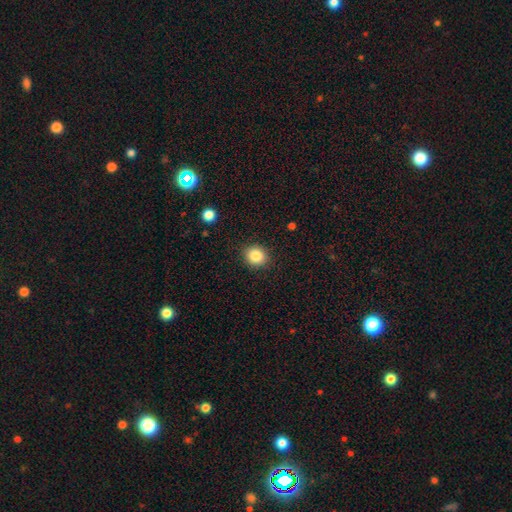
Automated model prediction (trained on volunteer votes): smooth-or-featured: smooth: 85% | star or artifact: 10% | featured or disk: 5%
  how-rounded: round: 76% | in between: 23% | cigar-shaped: 1%
  merging: none: 89% | minor disturbance: 7% | major disturbance: 2% | merger: 1%